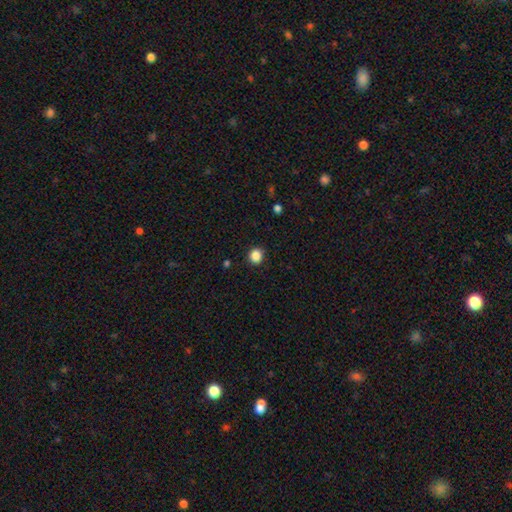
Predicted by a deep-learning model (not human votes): Overall: smooth (86%). How rounded: round (85%). Merging: none (90%).